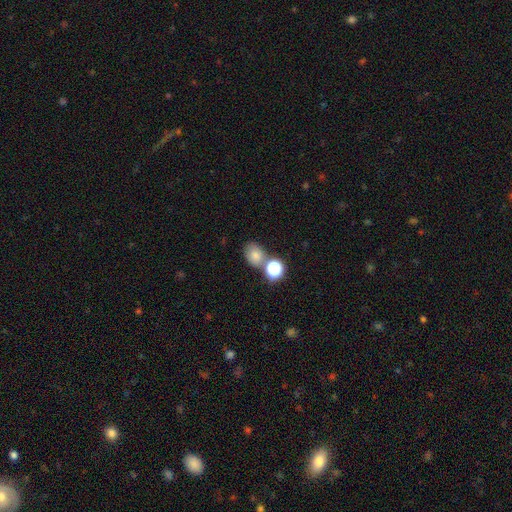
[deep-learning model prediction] This is likely a smooth galaxy (73%). How rounded: possibly in between (51%). Merging: possibly none (58%).